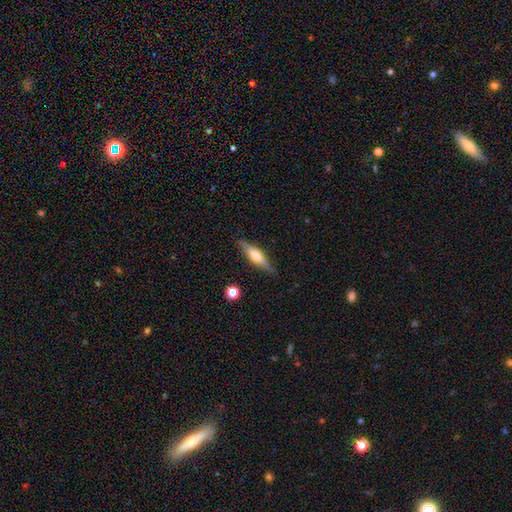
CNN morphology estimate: This is possibly a featured or disk galaxy (47%, tied with smooth). Merging: clearly none (84%).